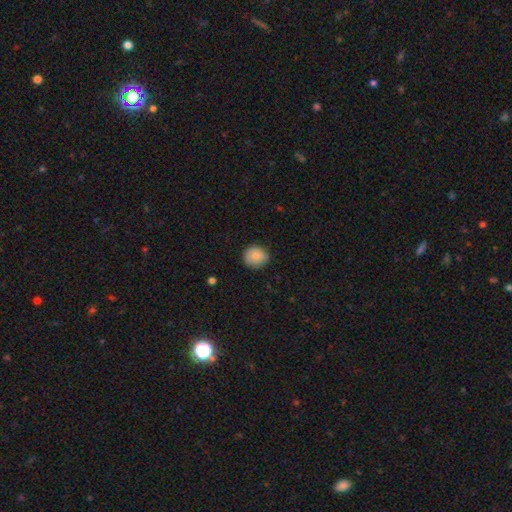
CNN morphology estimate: A smooth galaxy with no disk features (83%) that is round (86%).

Vote fractions:
- Smooth or featured? smooth: 83% / featured or disk: 9% / star or artifact: 8%
- How rounded? round: 86% / in between: 13% / cigar-shaped: 1%
- Merging? none: 82% / minor disturbance: 14% / major disturbance: 3% / merger: 1%